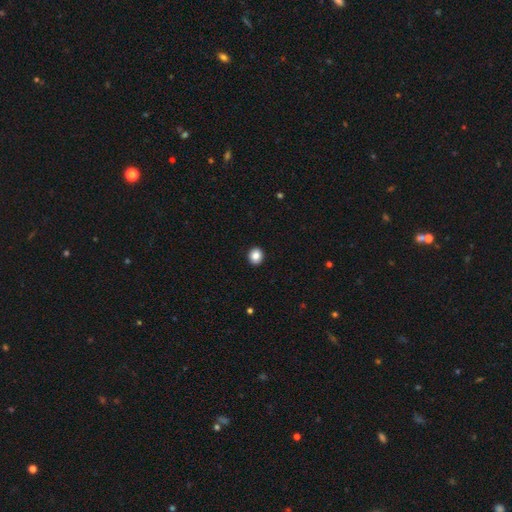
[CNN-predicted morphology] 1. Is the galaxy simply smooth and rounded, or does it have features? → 85% smooth, 9% star or artifact, 6% featured or disk.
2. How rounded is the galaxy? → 77% round, 22% in between, 1% cigar-shaped.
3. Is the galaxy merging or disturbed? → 93% none, 5% minor disturbance, 1% major disturbance, 1% merger.